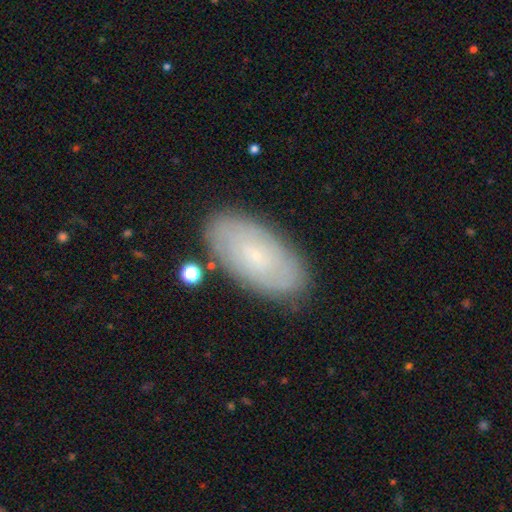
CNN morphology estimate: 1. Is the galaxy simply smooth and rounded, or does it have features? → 47% featured or disk, 45% smooth, 8% star or artifact.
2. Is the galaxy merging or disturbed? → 83% none, 12% minor disturbance, 3% major disturbance, 2% merger.